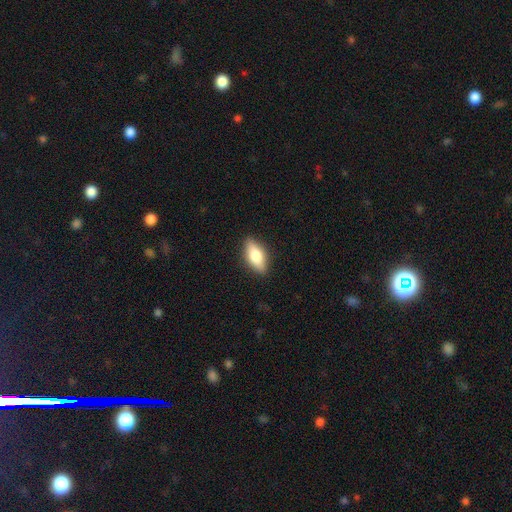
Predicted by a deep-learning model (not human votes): Overall: smooth (67%). How rounded: in between (78%). Merging: none (87%).